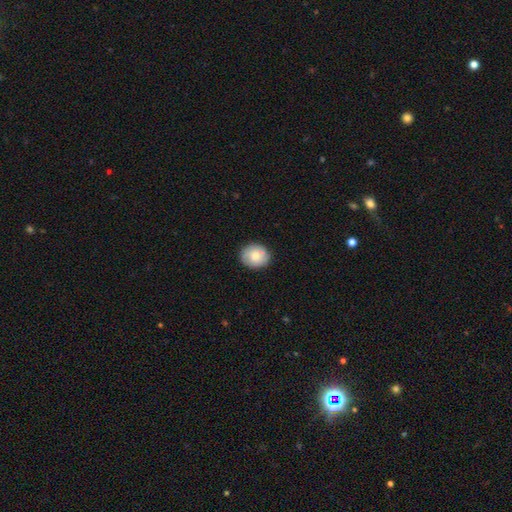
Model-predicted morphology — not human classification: type=smooth (76%); roundness=round (68%); merging=none (86%).